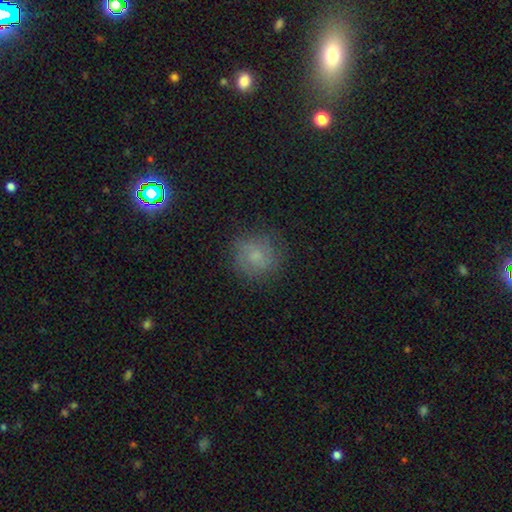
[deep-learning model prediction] This is likely a smooth galaxy (60%). How rounded: clearly round (87%). Merging: likely none (77%).